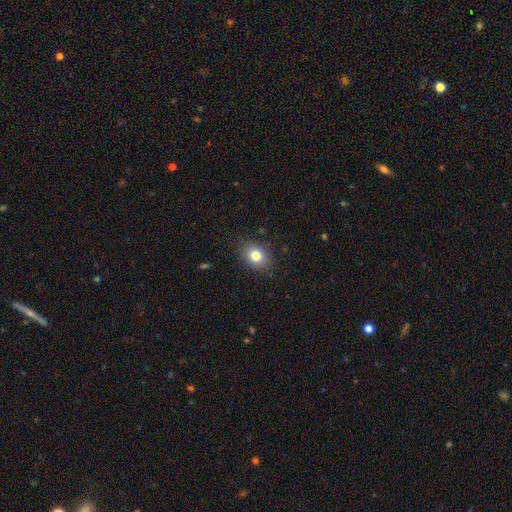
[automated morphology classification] smooth_or_featured: smooth (p=0.80) [alt: star or artifact p=0.11]
how_rounded: in between (p=0.56) [alt: round p=0.43]
merging: none (p=0.84) [alt: minor disturbance p=0.11]